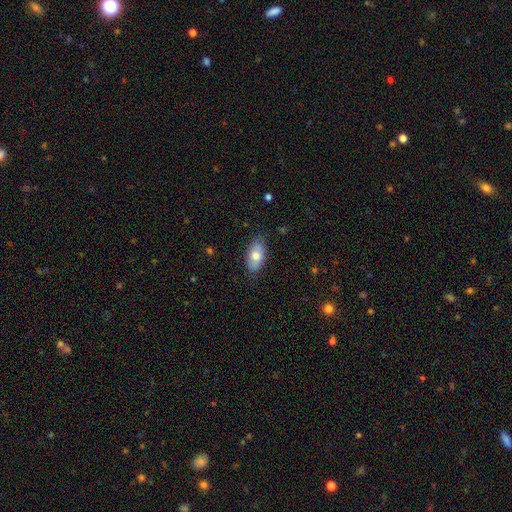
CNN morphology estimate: This appears to be a smooth galaxy with no disk features (72%) that is in between round and cigar-shaped (92%). Merging: none (82%).